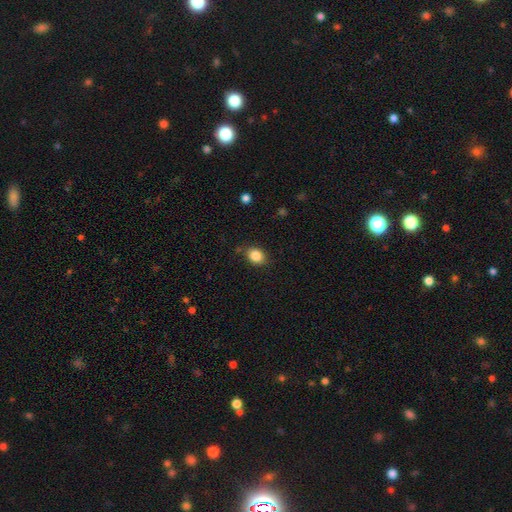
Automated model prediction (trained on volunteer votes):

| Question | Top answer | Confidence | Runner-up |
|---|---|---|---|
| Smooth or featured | smooth | 85% | star or artifact (9%) |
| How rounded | in between | 58% | round (41%) |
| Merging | none | 82% | minor disturbance (13%) |